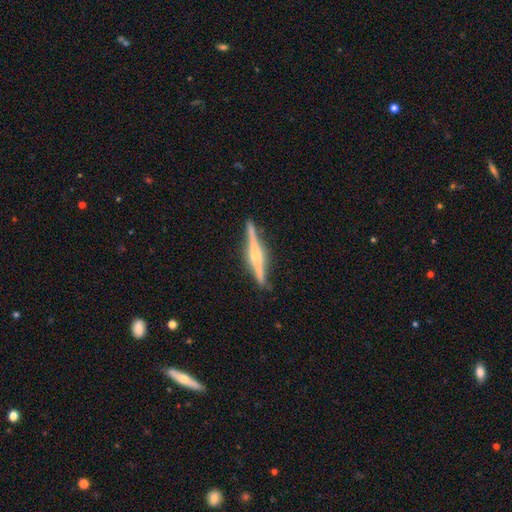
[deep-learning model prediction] smooth_or_featured: featured or disk (p=0.79) [alt: smooth p=0.16]
disk_edge_on: yes (p=0.98) [alt: no p=0.02]
edge_on_bulge: rounded (p=0.79) [alt: boxy p=0.14]
merging: none (p=0.88) [alt: minor disturbance p=0.09]